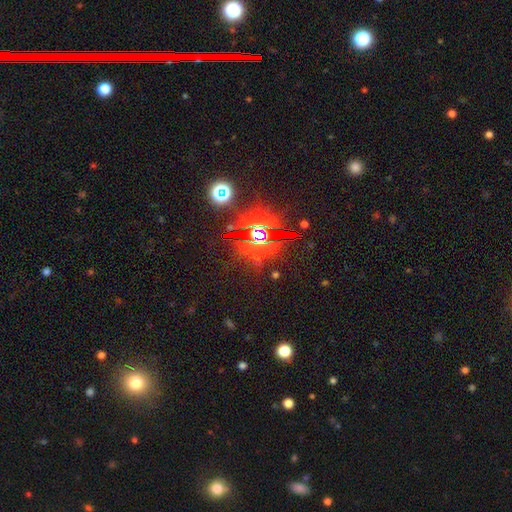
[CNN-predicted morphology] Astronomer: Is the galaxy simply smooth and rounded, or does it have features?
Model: star or artifact — 80%.